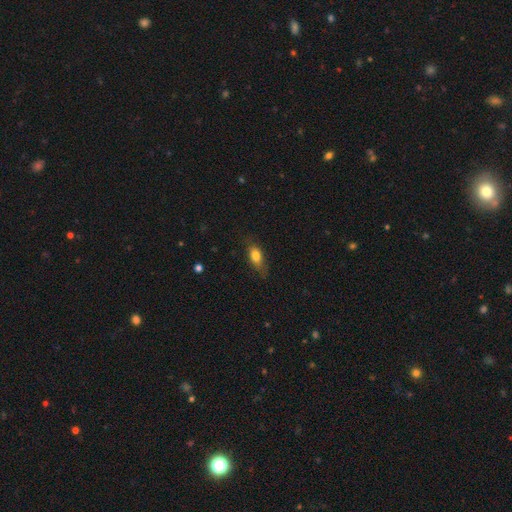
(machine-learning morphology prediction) smooth 79%, featured or disk 13%, star or artifact 8%. Down the decision tree: how rounded — in between (80%); merging — none (66%).